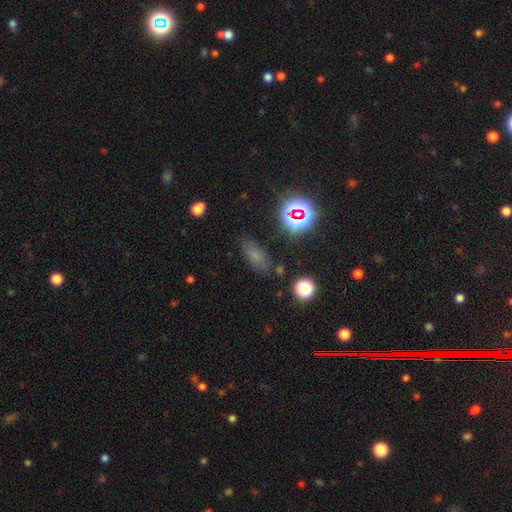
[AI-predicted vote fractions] This is likely a smooth galaxy (64%). How rounded: likely in between (74%). Merging: likely none (78%).